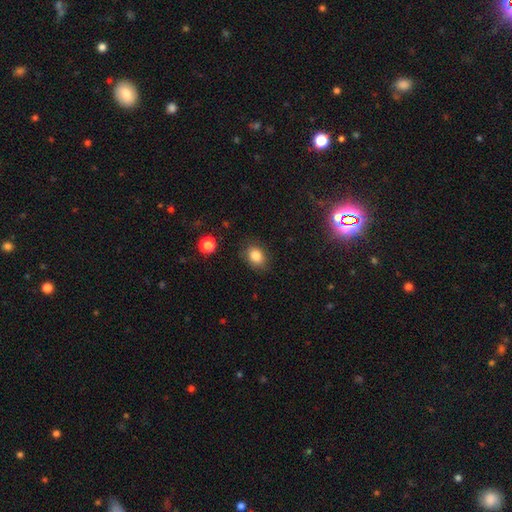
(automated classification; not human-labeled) smooth 84%, star or artifact 10%, featured or disk 6%. Down the decision tree: how rounded — in between (63%); merging — none (82%).